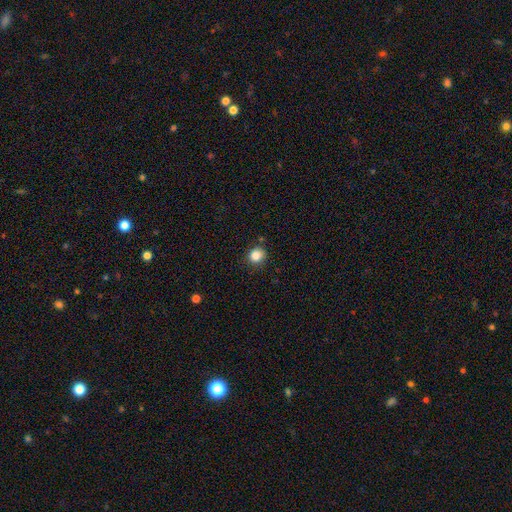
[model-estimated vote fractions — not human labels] A smooth galaxy with no disk features (86%) that is round (82%). Merging: none (83%).